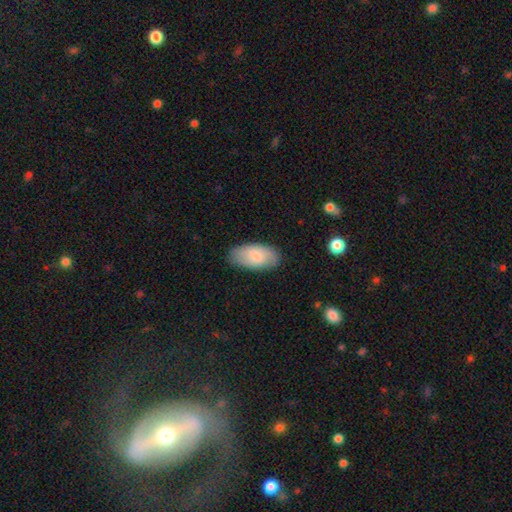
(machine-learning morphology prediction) A smooth galaxy with no disk features (75%) that is in between round and cigar-shaped (95%). Merging: none (81%).